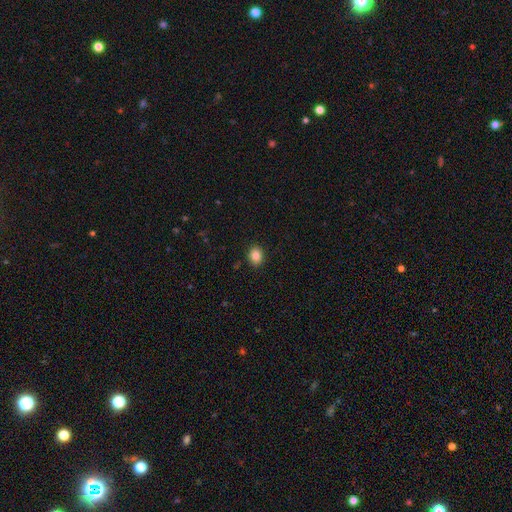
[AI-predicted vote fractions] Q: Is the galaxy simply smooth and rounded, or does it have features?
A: smooth — 85%.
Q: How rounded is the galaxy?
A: round — 52%.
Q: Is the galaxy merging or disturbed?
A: none — 90%.